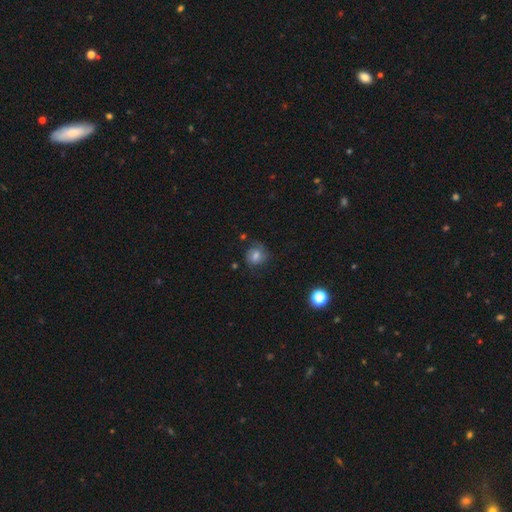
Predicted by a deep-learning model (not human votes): This is possibly a smooth galaxy (54%). How rounded: likely round (76%). Merging: likely none (66%).